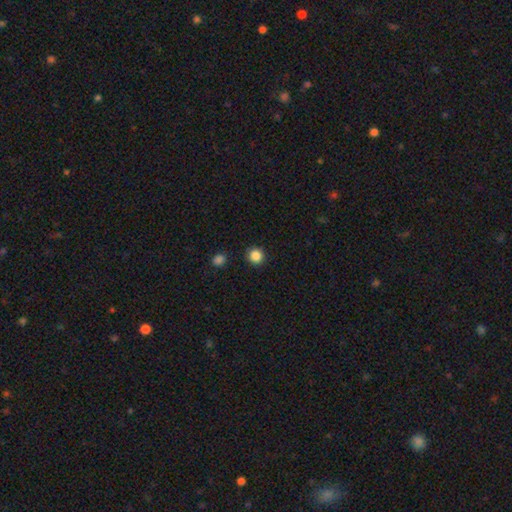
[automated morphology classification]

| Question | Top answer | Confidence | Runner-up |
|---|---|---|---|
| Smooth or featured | smooth | 86% | star or artifact (11%) |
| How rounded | round | 92% | in between (7%) |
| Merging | none | 92% | minor disturbance (5%) |